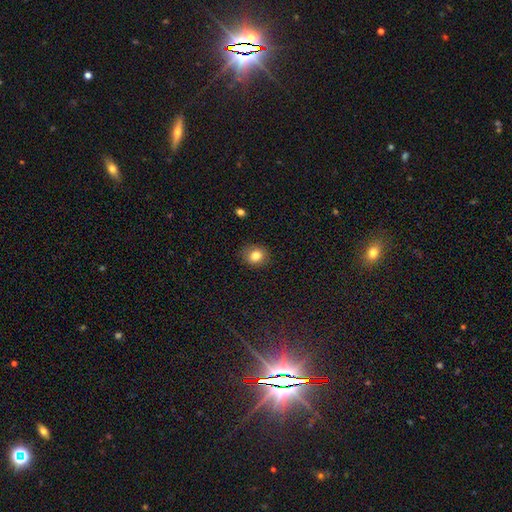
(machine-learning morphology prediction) Smooth or featured? Predicted: smooth (p=0.81). How rounded? Predicted: round (p=0.66). Merging? Predicted: none (p=0.85).